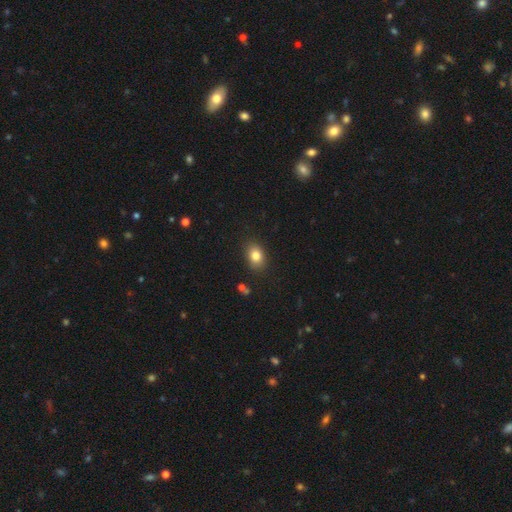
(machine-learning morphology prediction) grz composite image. It shows a smooth galaxy with no disk features (83%) that is in between round and cigar-shaped (73%). Merging: none (84%).